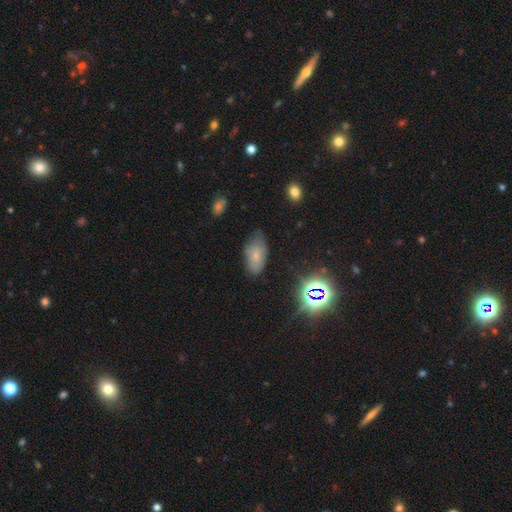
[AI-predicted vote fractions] A smooth galaxy with no disk features (65%) that is in between round and cigar-shaped (93%). Merging: none (58%).